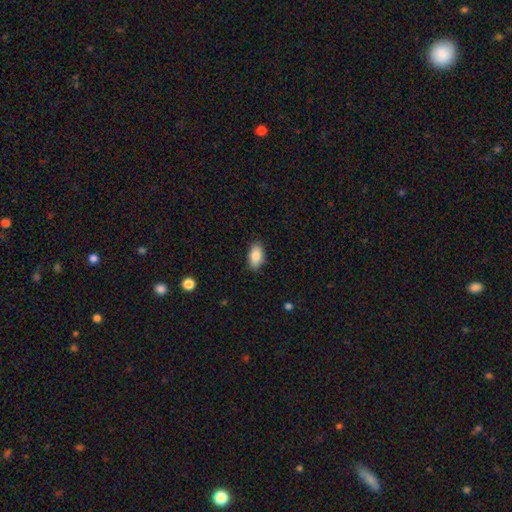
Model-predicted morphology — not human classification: Overall: smooth (87%). How rounded: in between (92%). Merging: none (85%).